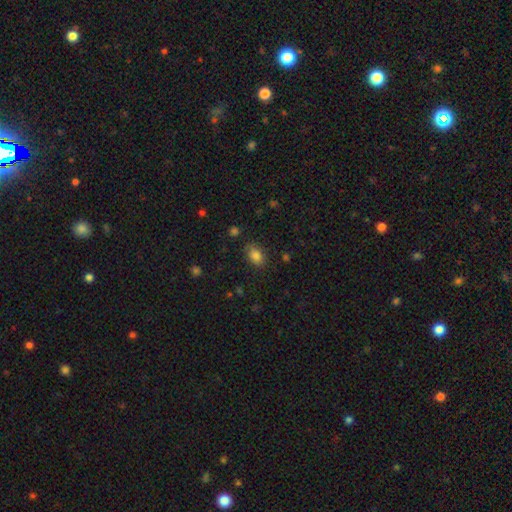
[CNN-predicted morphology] A smooth galaxy with no disk features (82%) that is in between round and cigar-shaped (83%).

Vote fractions:
- Smooth or featured? smooth: 82% / star or artifact: 10% / featured or disk: 8%
- How rounded? in between: 83% / round: 15% / cigar-shaped: 2%
- Merging? none: 81% / minor disturbance: 14% / major disturbance: 3% / merger: 2%